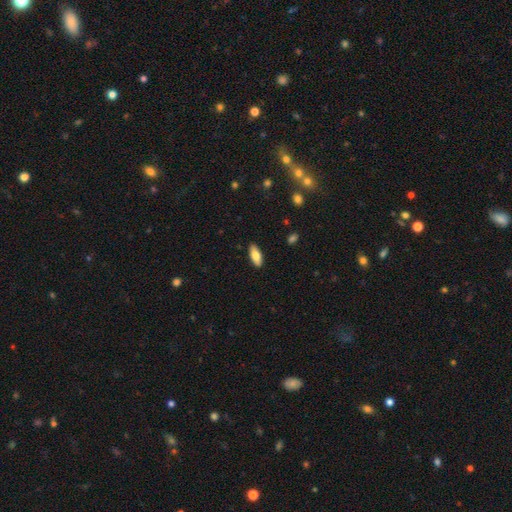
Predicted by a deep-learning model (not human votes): smooth_or_featured: smooth (p=0.76) [alt: featured or disk p=0.18]
how_rounded: in between (p=0.78) [alt: cigar-shaped p=0.20]
merging: none (p=0.89) [alt: minor disturbance p=0.08]